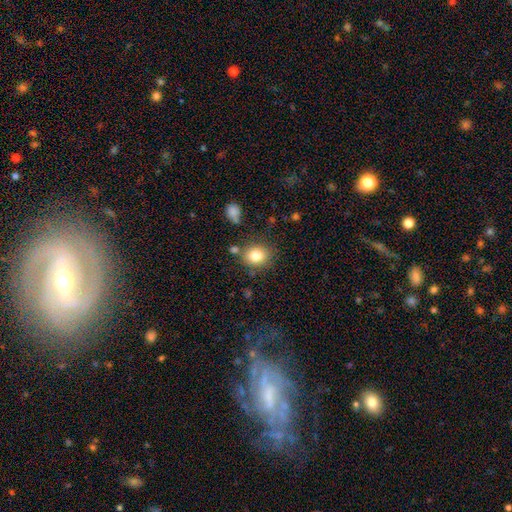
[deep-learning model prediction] A smooth galaxy with no disk features (81%) that is round (71%).

Vote fractions:
- Smooth or featured? smooth: 81% / star or artifact: 10% / featured or disk: 8%
- How rounded? round: 71% / in between: 28% / cigar-shaped: 1%
- Merging? none: 78% / minor disturbance: 12% / merger: 6% / major disturbance: 4%